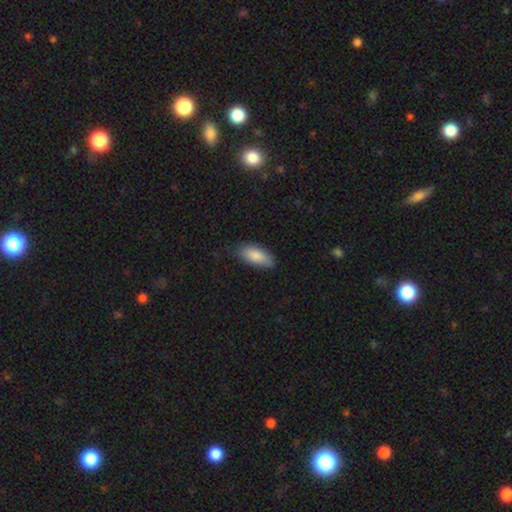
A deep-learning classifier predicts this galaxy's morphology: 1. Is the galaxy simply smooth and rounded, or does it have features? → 86% smooth, 8% featured or disk, 6% star or artifact.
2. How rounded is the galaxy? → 86% in between, 12% cigar-shaped, 2% round.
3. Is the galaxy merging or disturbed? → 78% none, 18% minor disturbance, 3% major disturbance, 1% merger.